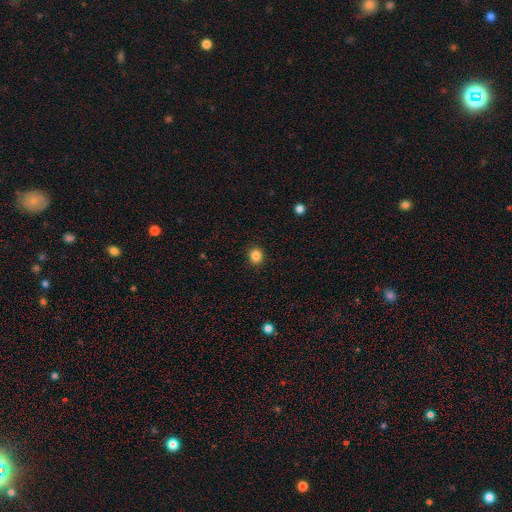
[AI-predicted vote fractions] Smooth or featured? Predicted: smooth (p=0.85). How rounded? Predicted: round (p=0.77). Merging? Predicted: none (p=0.91).